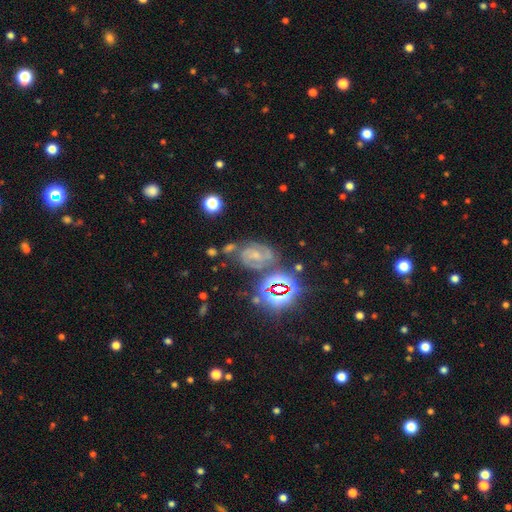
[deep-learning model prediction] A featured or disk galaxy (54%) with no bar (44%), spiral arms (90%) and a small central bulge (57%). Merging: none (58%).